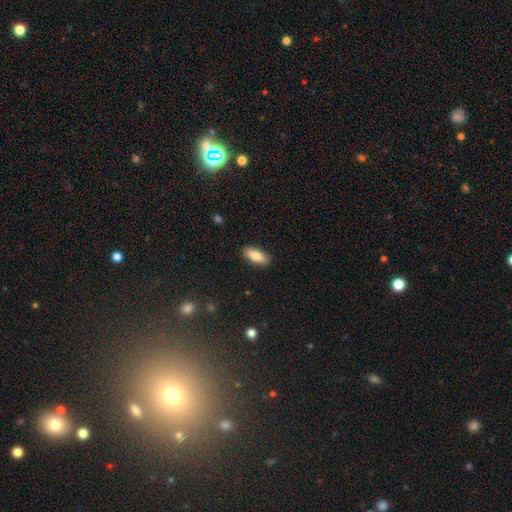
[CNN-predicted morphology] Q: Smooth or featured?
A: smooth (81%); runner-up: featured or disk (12%)
Q: How rounded?
A: in between (82%); runner-up: cigar-shaped (16%)
Q: Merging?
A: none (89%); runner-up: minor disturbance (8%)